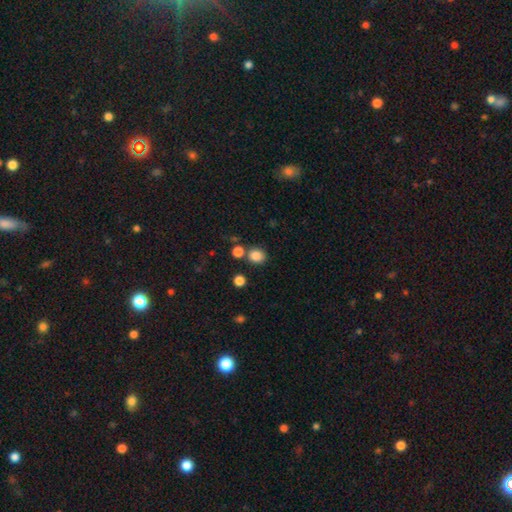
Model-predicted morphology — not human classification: smooth 84%, star or artifact 11%, featured or disk 5%. Down the decision tree: how rounded — round (77%); merging — none (75%).